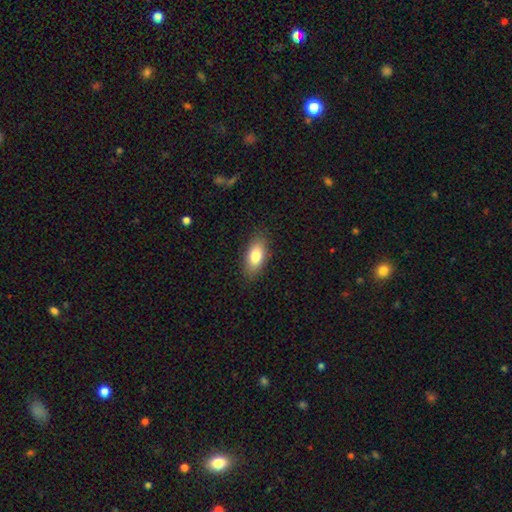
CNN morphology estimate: The model was most divided on "smooth or featured": smooth: 81%, featured or disk: 12%, star or artifact: 7%. More confident: how rounded — in between (88%); merging — none (86%).